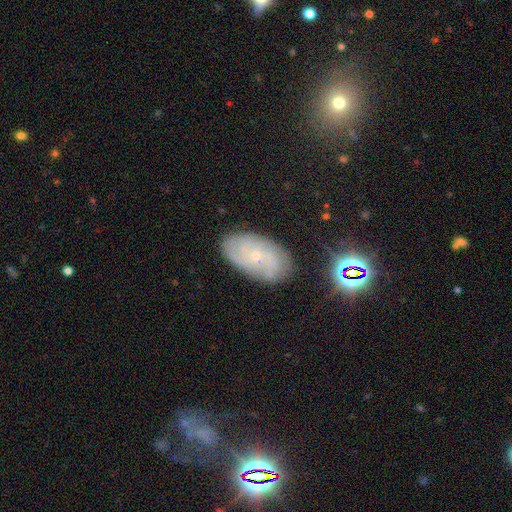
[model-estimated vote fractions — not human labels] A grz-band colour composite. It shows a featured or disk galaxy (70%) with no bar (72%), tight (57%) spiral arms (93%) and a small central bulge (79%). Merging: none (78%).